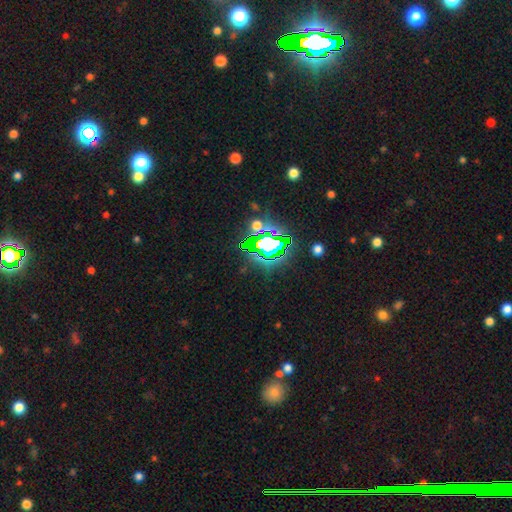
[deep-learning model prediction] Q: Smooth or featured?
A: star or artifact (75%); runner-up: smooth (13%)